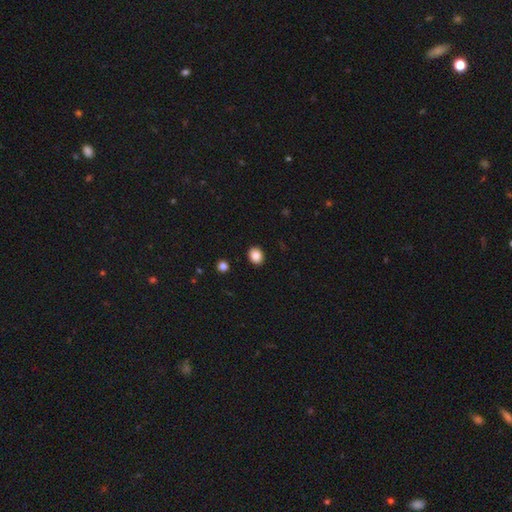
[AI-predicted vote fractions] Q: Smooth or featured?
A: smooth (86%); runner-up: star or artifact (9%)
Q: How rounded?
A: round (61%); runner-up: in between (38%)
Q: Merging?
A: none (92%); runner-up: minor disturbance (5%)